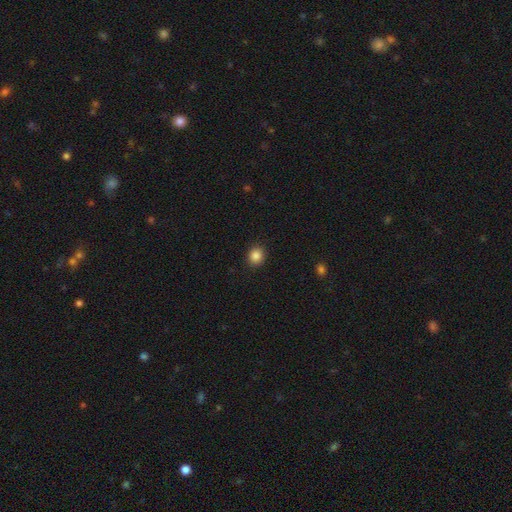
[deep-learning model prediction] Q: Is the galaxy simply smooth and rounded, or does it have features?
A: smooth — 86%.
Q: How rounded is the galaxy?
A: round — 74%.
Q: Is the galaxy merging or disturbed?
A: none — 91%.